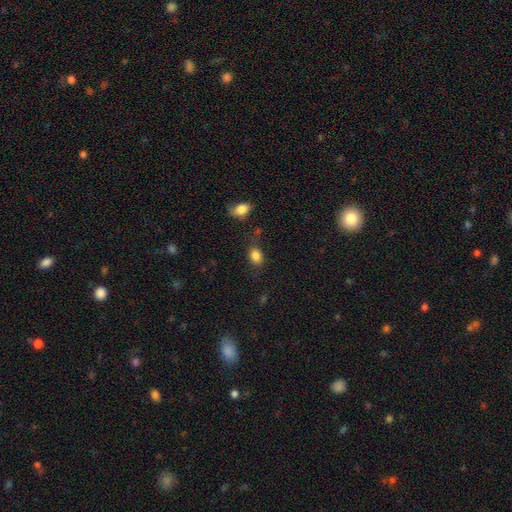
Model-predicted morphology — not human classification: A smooth galaxy with no disk features (84%) that is in between round and cigar-shaped (69%). Merging: none (62%).